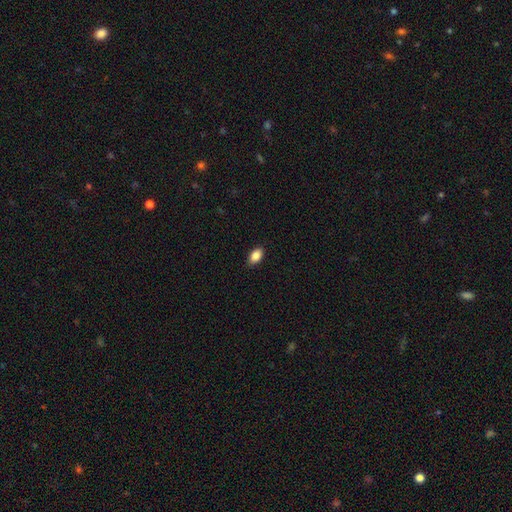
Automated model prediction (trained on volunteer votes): Smooth or featured? Predicted: smooth (p=0.88). How rounded? Predicted: in between (p=0.91). Merging? Predicted: none (p=0.88).